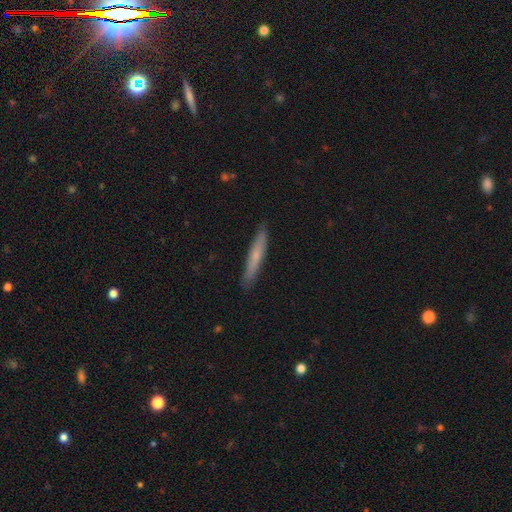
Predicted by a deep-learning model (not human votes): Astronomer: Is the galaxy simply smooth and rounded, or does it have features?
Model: smooth — 61%.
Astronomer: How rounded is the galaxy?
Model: cigar-shaped — 95%.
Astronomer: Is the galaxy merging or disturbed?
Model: none — 90%.